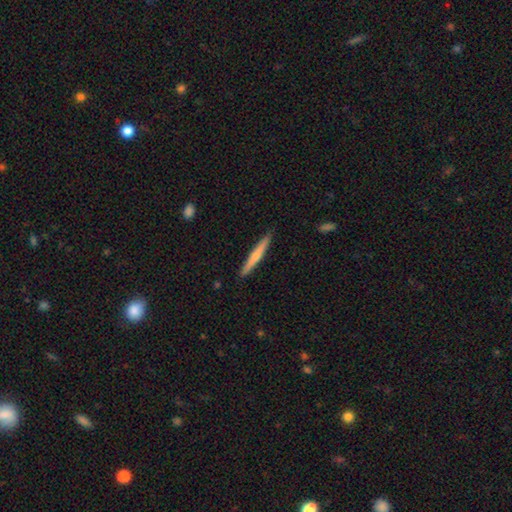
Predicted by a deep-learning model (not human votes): Q: Smooth or featured?
A: smooth (56%); runner-up: featured or disk (39%)
Q: How rounded?
A: cigar-shaped (96%); runner-up: in between (3%)
Q: Merging?
A: none (90%); runner-up: minor disturbance (7%)